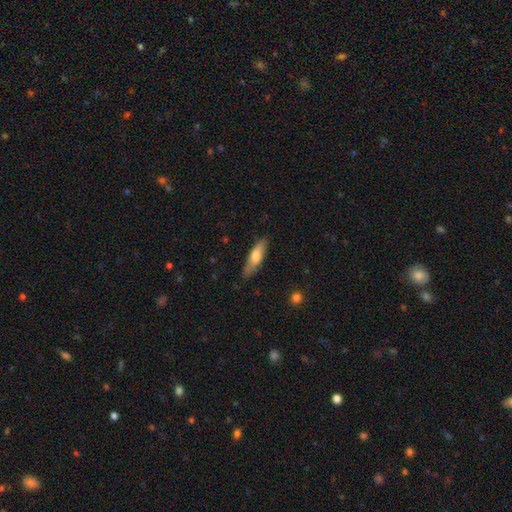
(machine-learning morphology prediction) Overall: smooth (67%; featured or disk 27%). How rounded: cigar-shaped (60%; in between 38%). Merging: none (80%).